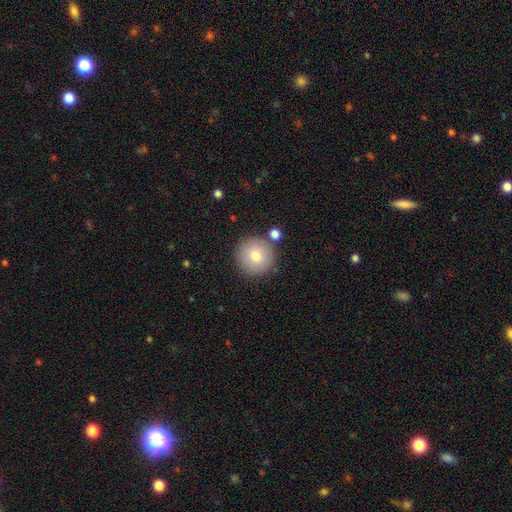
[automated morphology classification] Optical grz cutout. It shows a smooth galaxy with no disk features (77%) that is round (96%). Merging: none (83%).